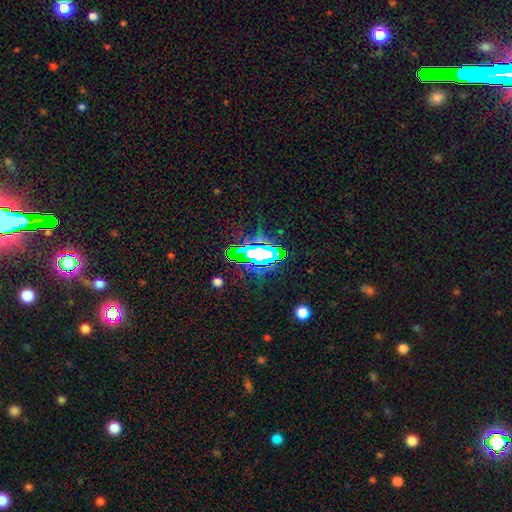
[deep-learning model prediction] The model was most divided on "smooth or featured": star or artifact: 65%, smooth: 18%, featured or disk: 16%.